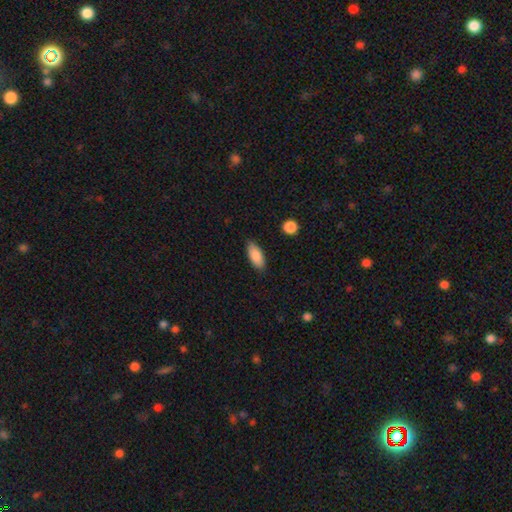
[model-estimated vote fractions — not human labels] Morphology: type=smooth (87%); roundness=in between (85%); merging=none (84%).